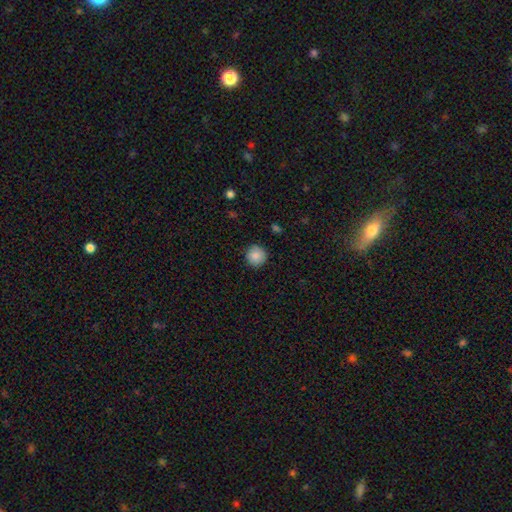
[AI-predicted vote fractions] Smooth or featured? Predicted: smooth (p=0.87). How rounded? Predicted: round (p=0.95). Merging? Predicted: none (p=0.89).